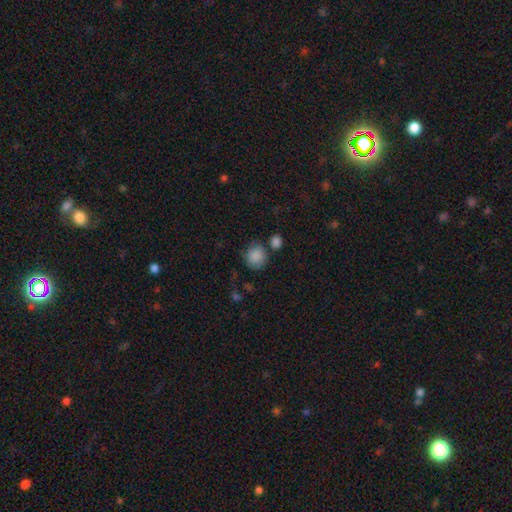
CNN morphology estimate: This is clearly a smooth galaxy (86%). How rounded: likely round (76%). Merging: likely none (67%).